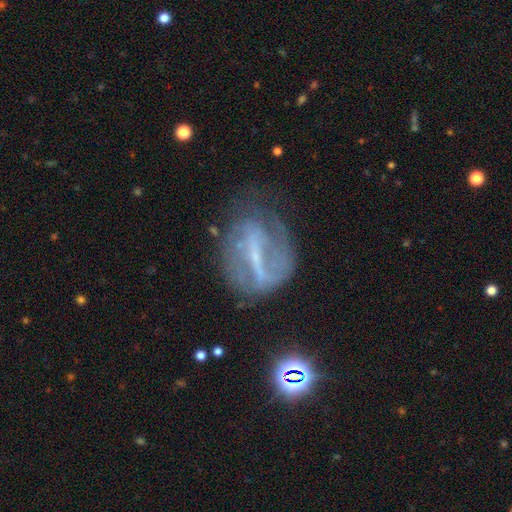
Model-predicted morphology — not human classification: Smooth or featured? featured or disk (74%)
Edge-on disk? no (92%)
Bar? strong (60%)
Spiral arms? yes (67%)
Bulge size? small (56%)
Merging? none (52%)